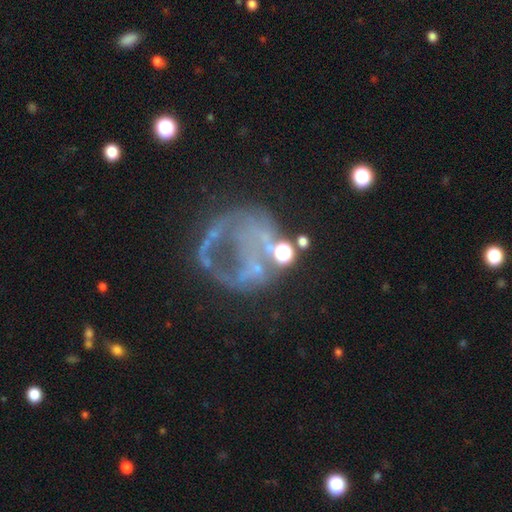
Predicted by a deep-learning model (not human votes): A featured or disk galaxy (55%) with no bar (83%), no spiral arms (73%) and no central bulge (69%).

Vote fractions:
- Smooth or featured? featured or disk: 55% / star or artifact: 24% / smooth: 21%
- Edge-on disk? no: 97% / yes: 3%
- Bar? no: 83% / weak: 11% / strong: 6%
- Spiral arms? no: 73% / yes: 27%
- Bulge size? none: 69% / small: 20% / moderate: 8% / large: 2% / dominant: 2%
- Merging? major disturbance: 39% / none: 37% / minor disturbance: 16% / merger: 9%